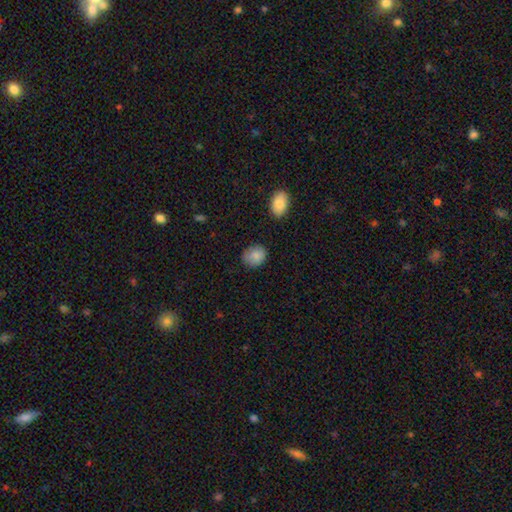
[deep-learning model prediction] This is clearly a smooth galaxy (85%). How rounded: possibly round (55%). Merging: likely none (77%).